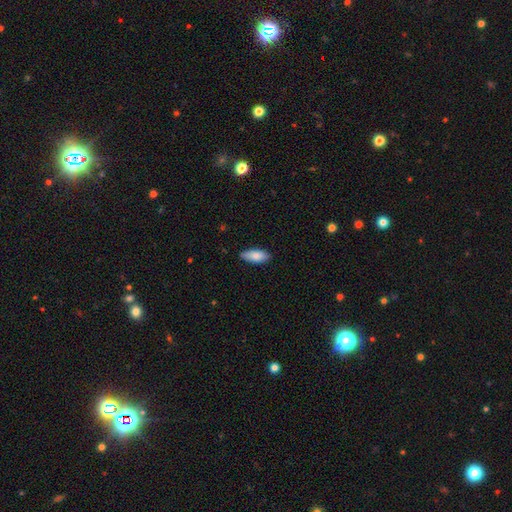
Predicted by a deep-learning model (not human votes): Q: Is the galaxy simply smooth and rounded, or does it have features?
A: smooth — 84%.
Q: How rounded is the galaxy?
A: in between — 84%.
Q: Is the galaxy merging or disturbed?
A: none — 85%.